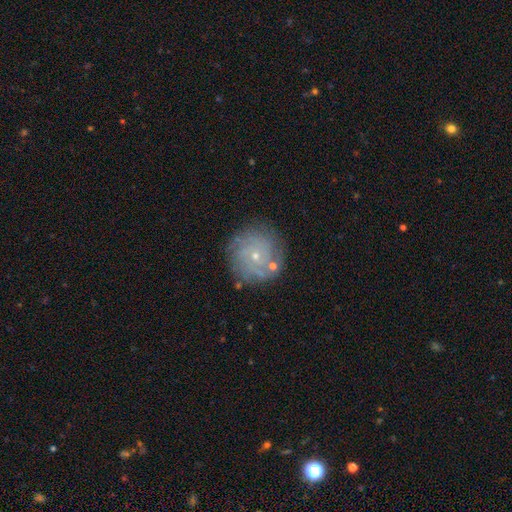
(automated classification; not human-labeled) Smooth or featured: featured or disk — 63% (smooth — 25%)
Edge-on disk: no — 97% (yes — 3%)
Bar: no — 84% (weak — 14%)
Spiral arms: yes — 82% (no — 18%)
Spiral winding: tight — 72% (medium — 20%)
Spiral arm count: can't tell — 48% (3 — 13%)
Bulge size: small — 80% (moderate — 17%)
Merging: none — 80% (minor disturbance — 12%)